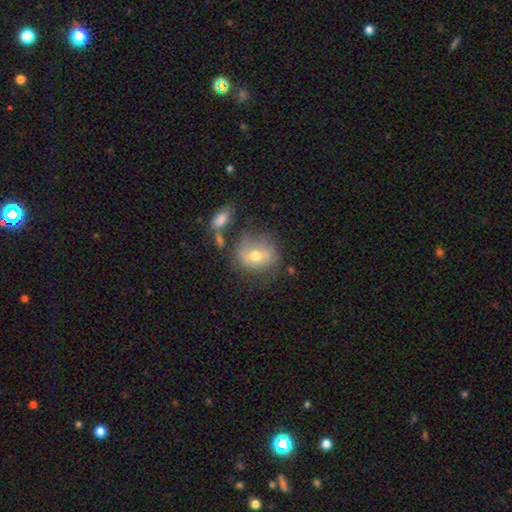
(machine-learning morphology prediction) smooth_or_featured: smooth (p=0.52) [alt: featured or disk p=0.39]
how_rounded: round (p=0.63) [alt: in between p=0.35]
merging: none (p=0.58) [alt: minor disturbance p=0.22]